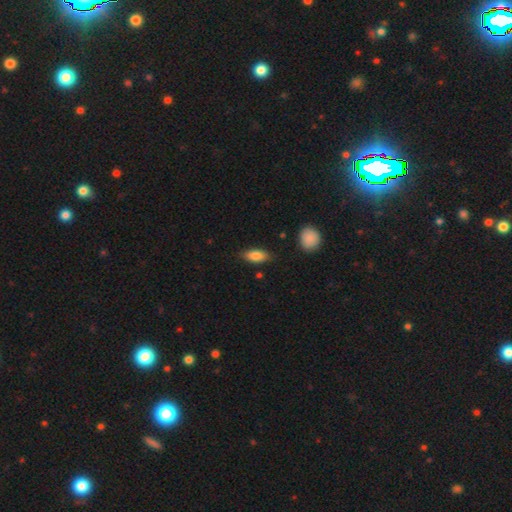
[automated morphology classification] Smooth or featured: smooth — 83% (featured or disk — 10%)
How rounded: in between — 83% (cigar-shaped — 14%)
Merging: none — 81% (minor disturbance — 14%)